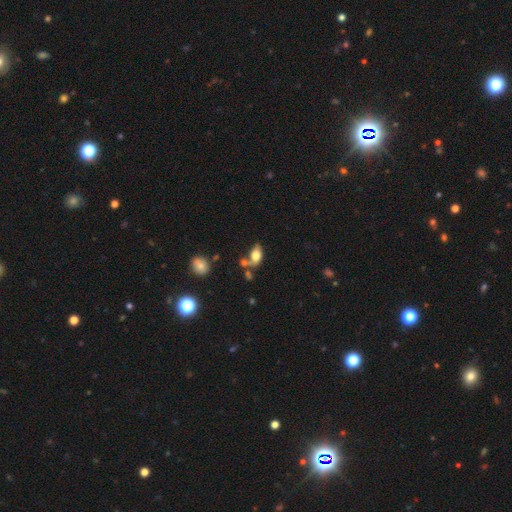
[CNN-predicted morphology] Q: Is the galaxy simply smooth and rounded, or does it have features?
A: smooth — 74%.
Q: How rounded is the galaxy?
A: in between — 87%.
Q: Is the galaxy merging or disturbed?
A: none — 41%.